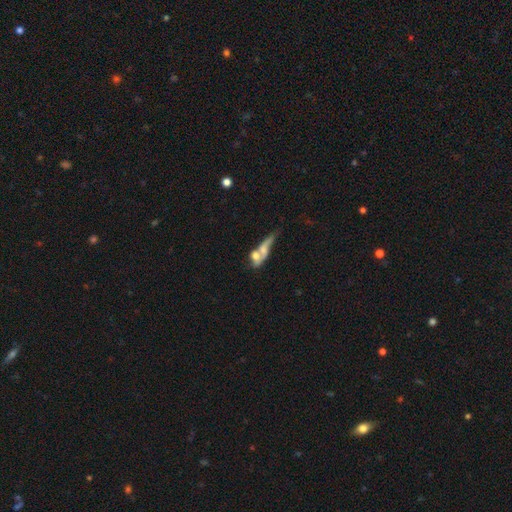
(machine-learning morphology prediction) This is possibly a smooth galaxy (49%). Merging: possibly merger (57%).